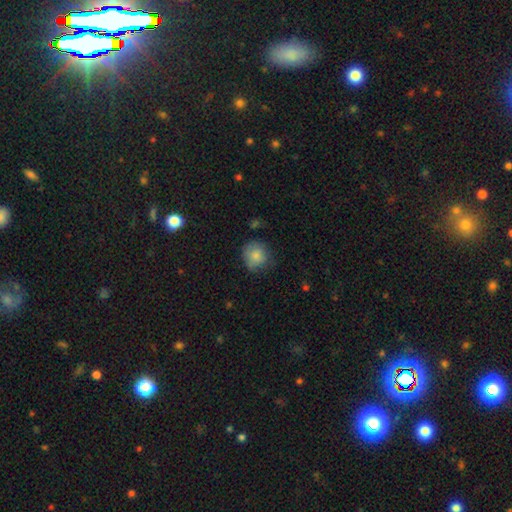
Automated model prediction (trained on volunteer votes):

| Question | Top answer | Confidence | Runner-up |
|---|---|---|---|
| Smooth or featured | smooth | 81% | featured or disk (10%) |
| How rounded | round | 86% | in between (13%) |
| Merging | none | 68% | minor disturbance (24%) |